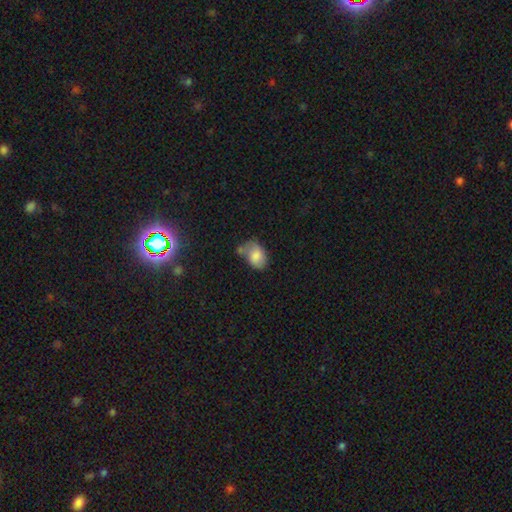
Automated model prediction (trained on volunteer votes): A smooth galaxy with no disk features (75%) that is in between round and cigar-shaped (78%).

Vote fractions:
- Smooth or featured? smooth: 75% / featured or disk: 17% / star or artifact: 9%
- How rounded? in between: 78% / round: 20% / cigar-shaped: 1%
- Merging? none: 36% / minor disturbance: 31% / merger: 19% / major disturbance: 14%